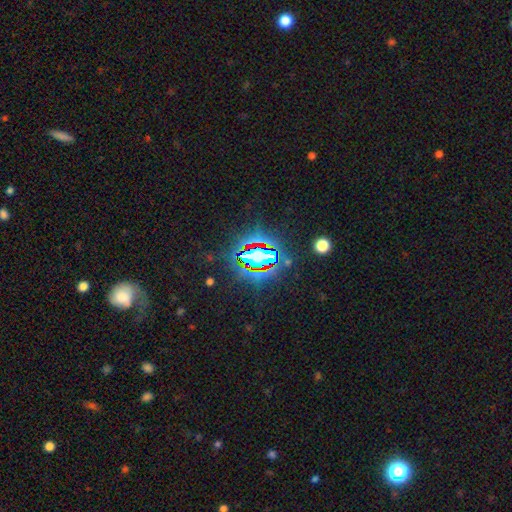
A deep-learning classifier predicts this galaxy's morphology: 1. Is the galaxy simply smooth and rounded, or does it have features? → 73% star or artifact, 15% smooth, 12% featured or disk.